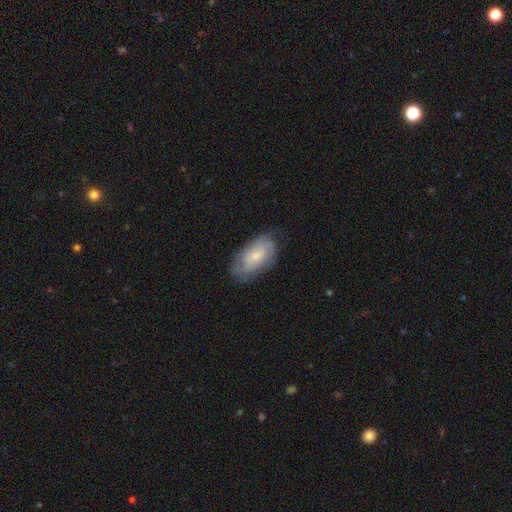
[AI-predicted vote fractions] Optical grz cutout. It shows a smooth galaxy with no disk features (49%). Merging: none (68%).